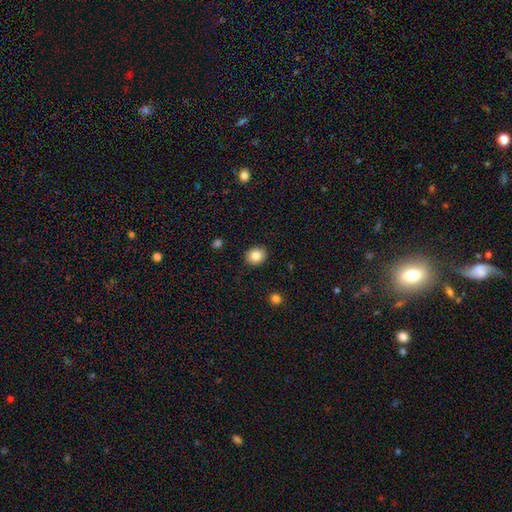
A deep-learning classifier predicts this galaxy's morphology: A smooth galaxy with no disk features (84%) that is round (65%).

Vote fractions:
- Smooth or featured? smooth: 84% / star or artifact: 10% / featured or disk: 7%
- How rounded? round: 65% / in between: 34% / cigar-shaped: 1%
- Merging? none: 91% / minor disturbance: 6% / major disturbance: 2% / merger: 1%